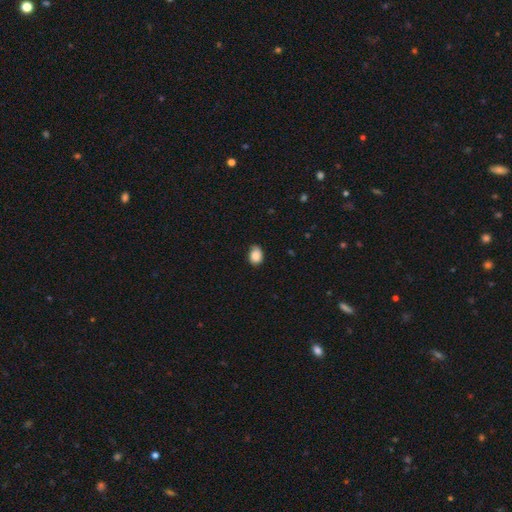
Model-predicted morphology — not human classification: Smooth or featured? smooth (88%)
How rounded? in between (67%)
Merging? none (75%)